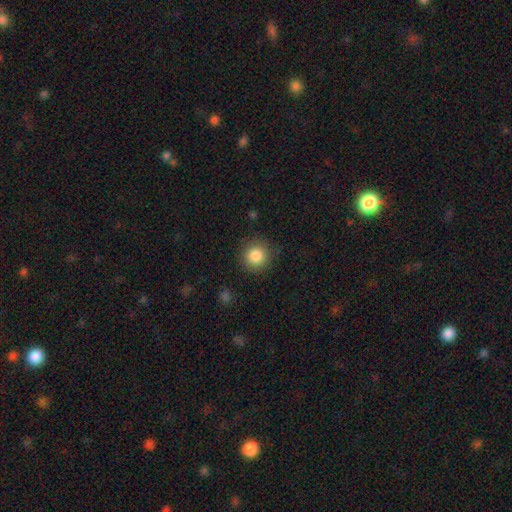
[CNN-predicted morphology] A smooth galaxy with no disk features (85%) that is round (92%). Merging: none (88%).